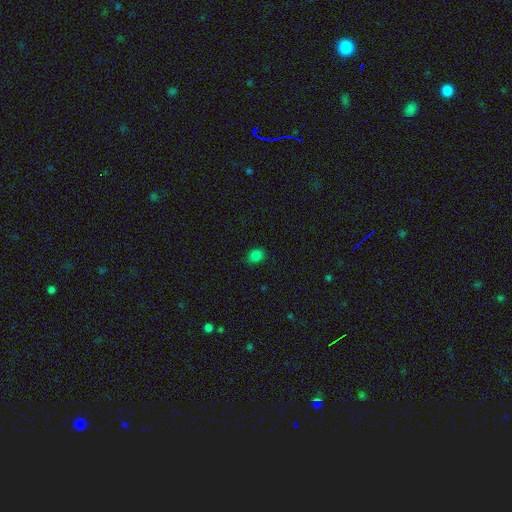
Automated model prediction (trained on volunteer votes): This appears to be a smooth galaxy with no disk features (81%) that is round (57%). Merging: none (86%).